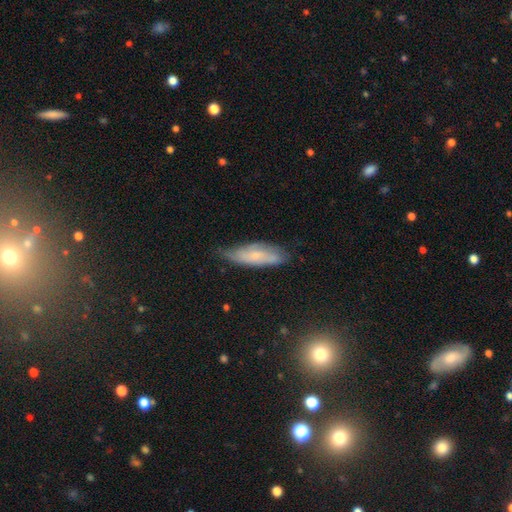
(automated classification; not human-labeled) smooth_or_featured: featured or disk (p=0.48) [alt: smooth p=0.44]
merging: none (p=0.59) [alt: minor disturbance p=0.32]